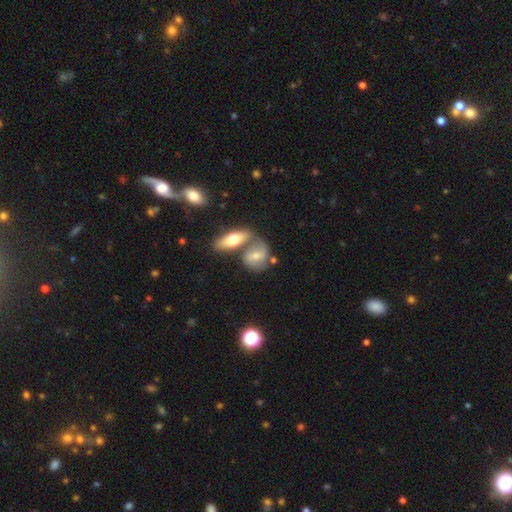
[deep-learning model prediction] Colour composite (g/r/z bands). It shows a smooth galaxy with no disk features (47%). Merging: merger (41%, tied with none).